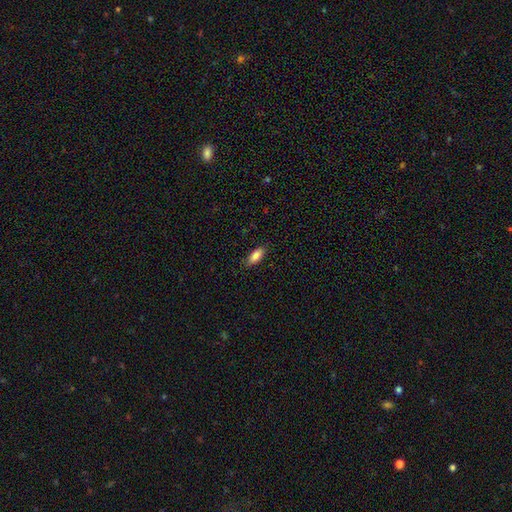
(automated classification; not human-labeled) This appears to be a smooth galaxy with no disk features (86%) that is in between round and cigar-shaped (84%). Merging: none (84%).